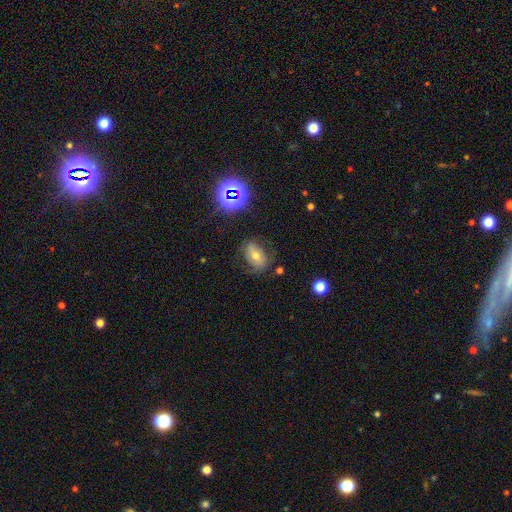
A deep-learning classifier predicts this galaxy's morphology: smooth-or-featured: smooth: 45% | featured or disk: 34% | star or artifact: 21%
  merging: none: 66% | minor disturbance: 22% | major disturbance: 10% | merger: 2%